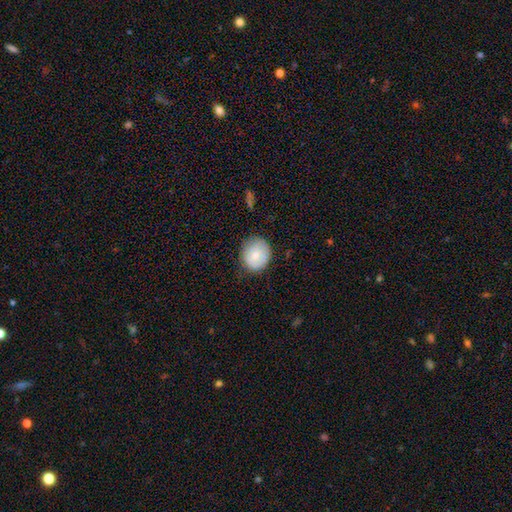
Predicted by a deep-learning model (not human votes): smooth-or-featured: smooth: 78% | featured or disk: 15% | star or artifact: 7%
  how-rounded: round: 80% | in between: 19% | cigar-shaped: 1%
  merging: none: 76% | minor disturbance: 19% | major disturbance: 4% | merger: 1%